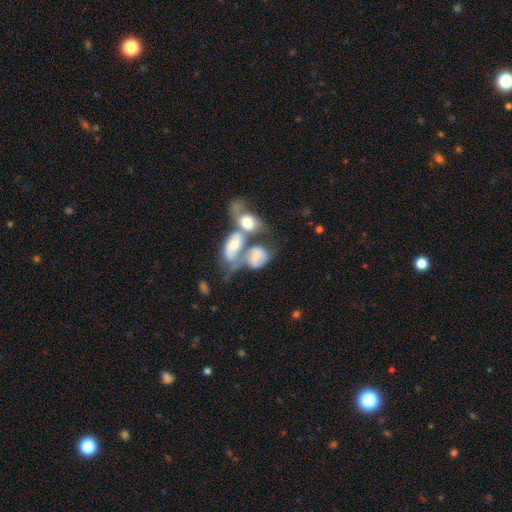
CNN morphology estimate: Smooth or featured: featured or disk — 45% (smooth — 44%)
Merging: merger — 66% (none — 14%)